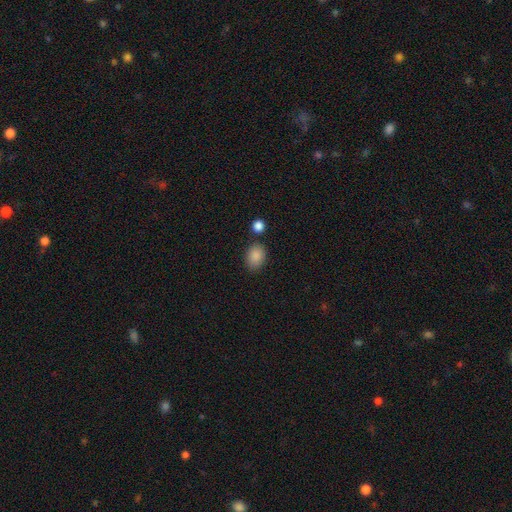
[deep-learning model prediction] Morphology: type=smooth (87%); roundness=in between (68%); merging=none (78%).